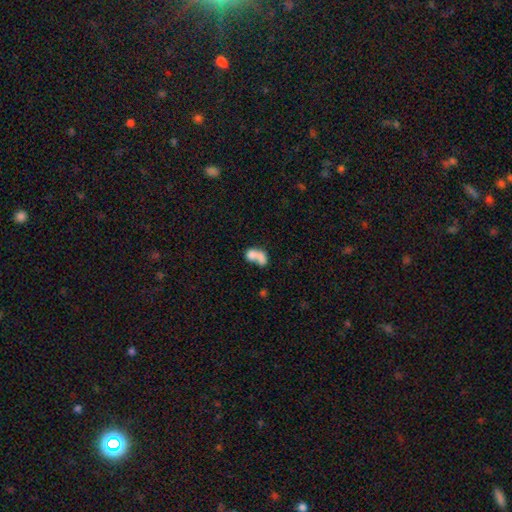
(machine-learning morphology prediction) The model was most divided on "how rounded": in between: 69%, round: 28%, cigar-shaped: 2%. More confident: merging — merger (71%); smooth or featured — smooth (70%).